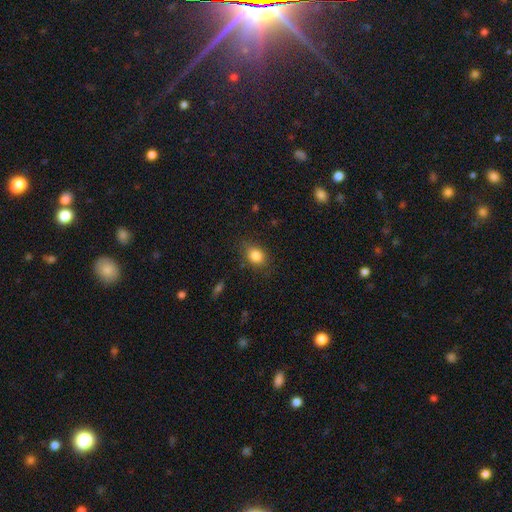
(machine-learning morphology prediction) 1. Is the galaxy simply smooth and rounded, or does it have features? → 84% smooth, 10% star or artifact, 6% featured or disk.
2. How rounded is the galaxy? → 61% in between, 38% round, 1% cigar-shaped.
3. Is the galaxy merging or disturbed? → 76% none, 18% minor disturbance, 5% major disturbance, 2% merger.